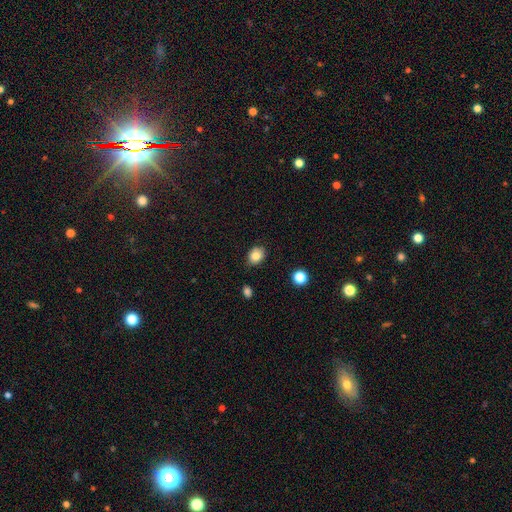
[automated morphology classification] This appears to be a smooth galaxy with no disk features (83%) that is in between round and cigar-shaped (52%). Merging: none (79%).